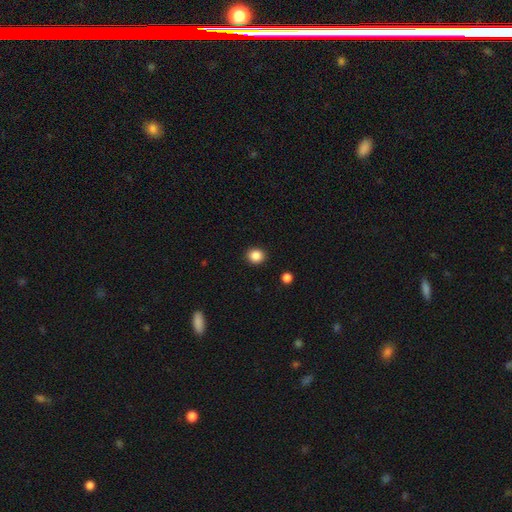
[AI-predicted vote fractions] This appears to be a smooth galaxy with no disk features (86%) that is round (81%). Merging: none (91%).